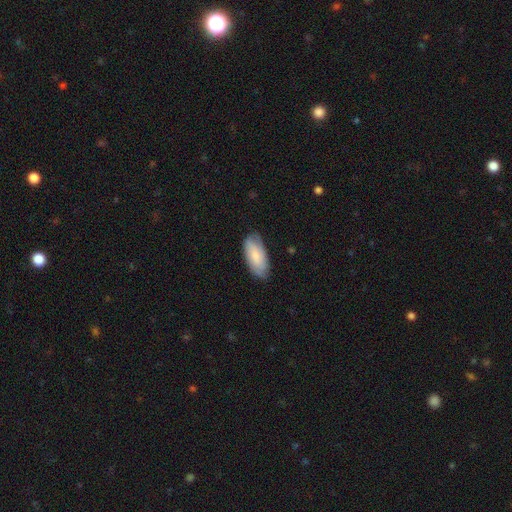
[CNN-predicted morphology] Smooth or featured?
  - smooth: 70% *
  - featured or disk: 24%
  - star or artifact: 6%
How rounded?
  - in between: 89% *
  - cigar-shaped: 9%
  - round: 2%
Merging?
  - none: 76% *
  - minor disturbance: 19%
  - major disturbance: 4%
  - merger: 1%